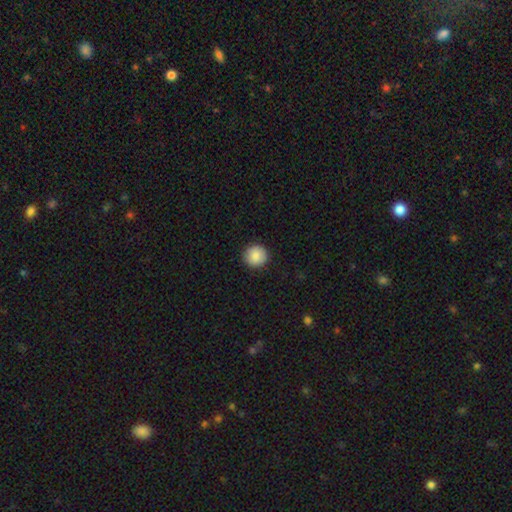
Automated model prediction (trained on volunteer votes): smooth 87%, star or artifact 8%, featured or disk 5%. Down the decision tree: how rounded — round (95%); merging — none (91%).